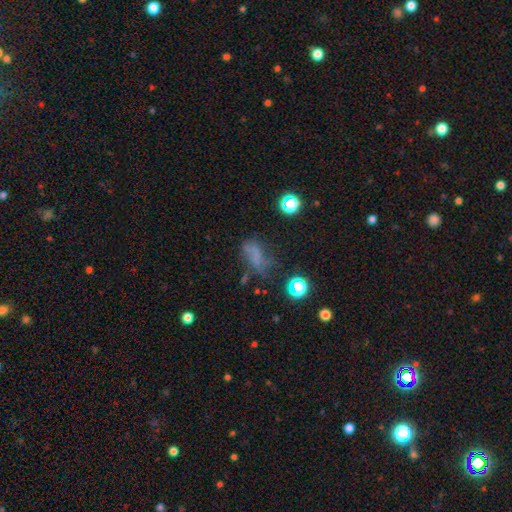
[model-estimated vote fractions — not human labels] A smooth galaxy with no disk features (44%).

Vote fractions:
- Smooth or featured? smooth: 44% / featured or disk: 29% / star or artifact: 27%
- Merging? none: 39% / major disturbance: 29% / minor disturbance: 24% / merger: 8%